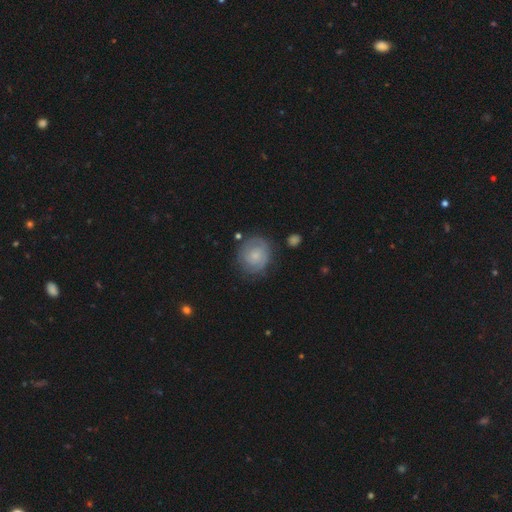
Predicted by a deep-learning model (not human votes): Overall: featured or disk (55%; smooth 38%). Edge-on disk: no (98%). Bar: no (74%). Spiral arms: yes (83%). Bulge size: small (65%). Merging: none (72%).